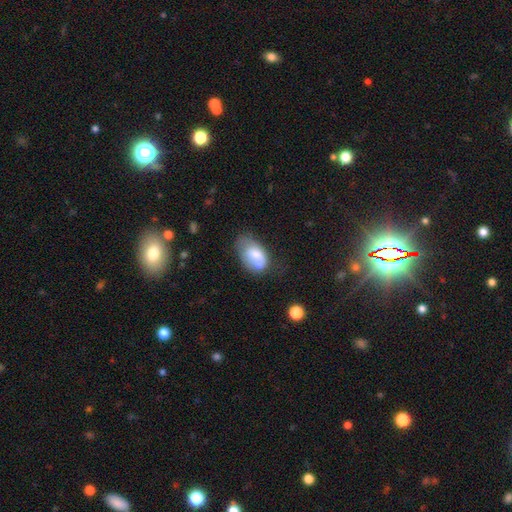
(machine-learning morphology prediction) The model was most divided on "merging": none: 31%, merger: 30%, minor disturbance: 25%, major disturbance: 14%. More confident: how rounded — in between (86%); smooth or featured — smooth (63%).